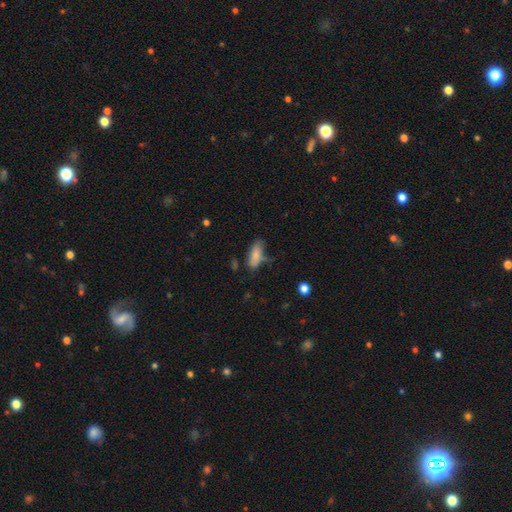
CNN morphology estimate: smooth-or-featured: smooth: 81% | featured or disk: 11% | star or artifact: 8%
  how-rounded: in between: 75% | cigar-shaped: 23% | round: 2%
  merging: none: 56% | minor disturbance: 29% | major disturbance: 9% | merger: 6%